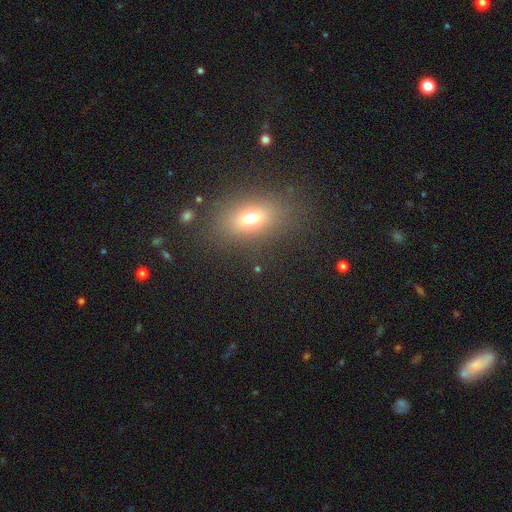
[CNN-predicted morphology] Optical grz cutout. It shows a smooth galaxy with no disk features (64%) that is in between round and cigar-shaped (78%). Merging: none (85%).